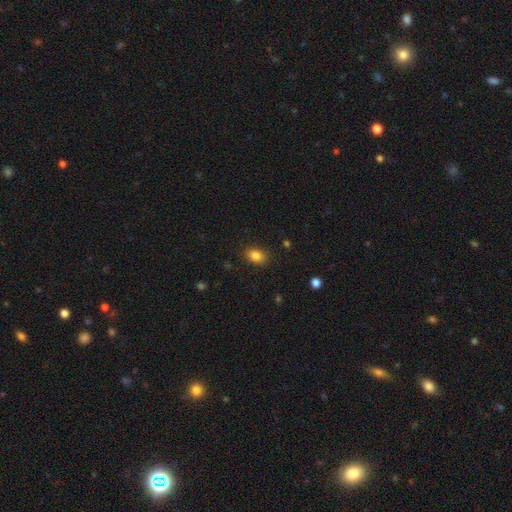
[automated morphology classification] A smooth galaxy with no disk features (85%) that is in between round and cigar-shaped (78%). Merging: none (86%).